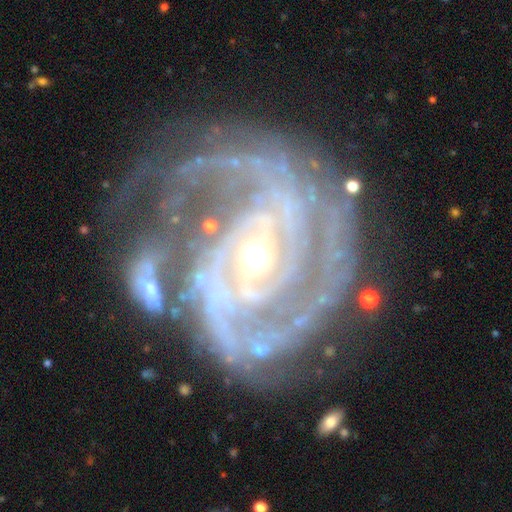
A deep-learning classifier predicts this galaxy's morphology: A featured or disk galaxy (93%) with no bar (45%), 2 (44%) tight (64%) spiral arms (98%) and a moderate central bulge (57%). Merging: none (58%).